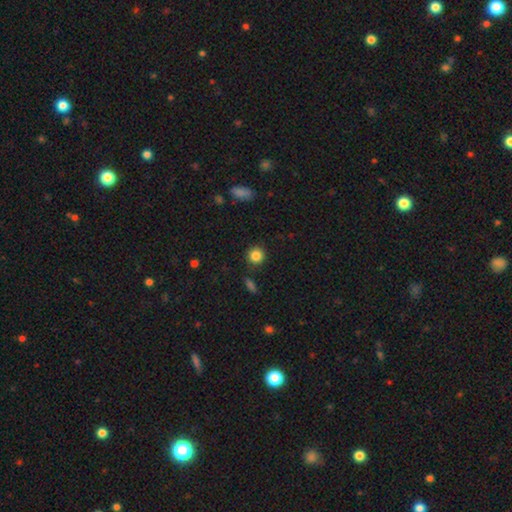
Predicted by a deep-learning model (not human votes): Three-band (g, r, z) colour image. It shows a smooth galaxy with no disk features (85%) that is round (91%). Merging: none (88%).